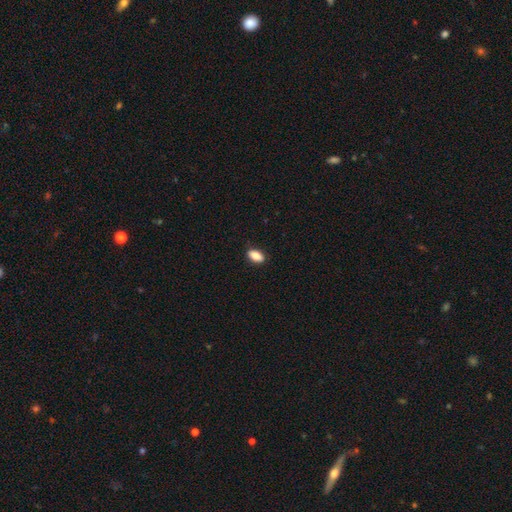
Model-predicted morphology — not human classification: A smooth galaxy with no disk features (84%) that is in between round and cigar-shaped (87%).

Vote fractions:
- Smooth or featured? smooth: 84% / featured or disk: 9% / star or artifact: 8%
- How rounded? in between: 87% / cigar-shaped: 8% / round: 5%
- Merging? none: 88% / minor disturbance: 10% / major disturbance: 2% / merger: 1%